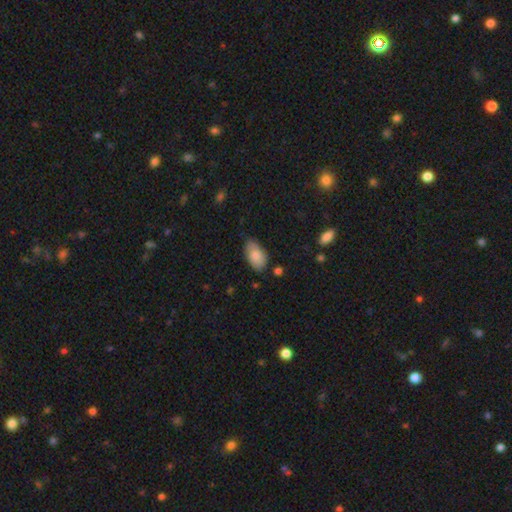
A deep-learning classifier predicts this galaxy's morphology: A smooth galaxy with no disk features (82%) that is in between round and cigar-shaped (94%).

Vote fractions:
- Smooth or featured? smooth: 82% / featured or disk: 11% / star or artifact: 6%
- How rounded? in between: 94% / round: 4% / cigar-shaped: 2%
- Merging? none: 74% / minor disturbance: 20% / major disturbance: 3% / merger: 2%